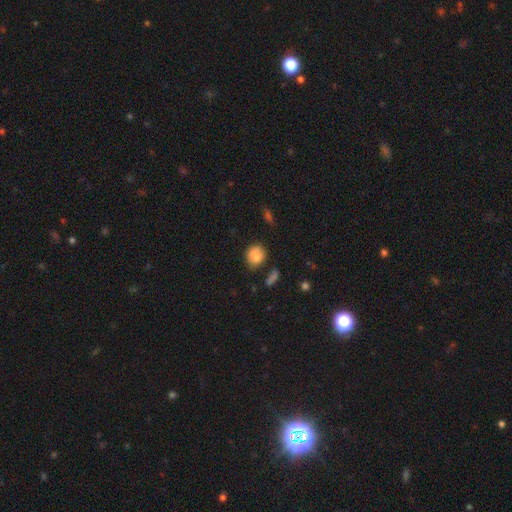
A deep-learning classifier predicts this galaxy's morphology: Smooth or featured?
  - smooth: 82% *
  - star or artifact: 9%
  - featured or disk: 9%
How rounded?
  - round: 71% *
  - in between: 27%
  - cigar-shaped: 1%
Merging?
  - none: 62% *
  - minor disturbance: 25%
  - merger: 7%
  - major disturbance: 6%